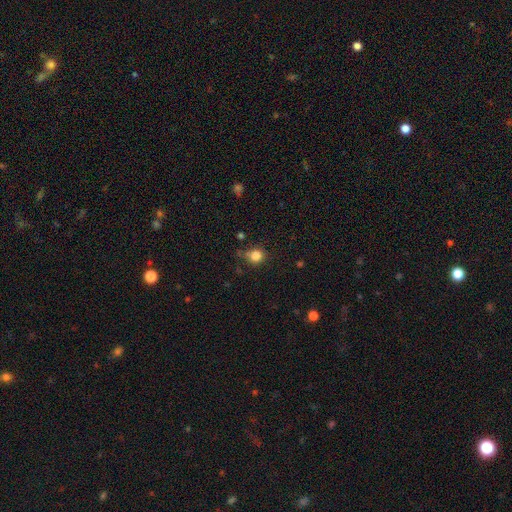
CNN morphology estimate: A smooth galaxy with no disk features (82%) that is round (87%). Merging: none (71%).